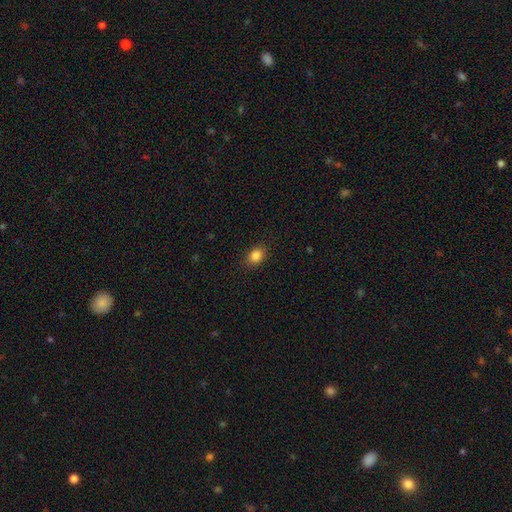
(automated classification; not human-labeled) This appears to be a smooth galaxy with no disk features (85%) that is in between round and cigar-shaped (60%). Merging: none (88%).